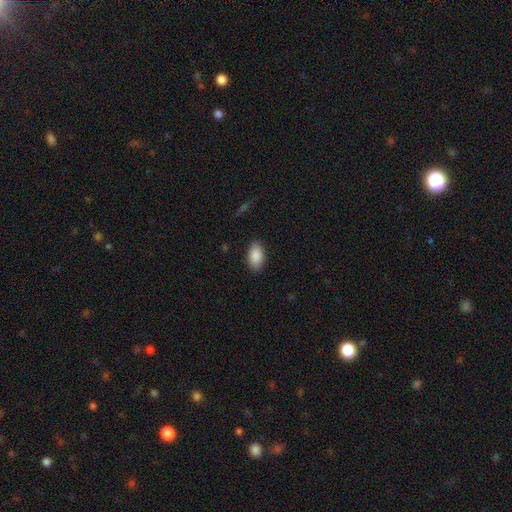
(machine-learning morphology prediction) Smooth or featured? Predicted: smooth (p=0.89). How rounded? Predicted: in between (p=0.94). Merging? Predicted: none (p=0.87).